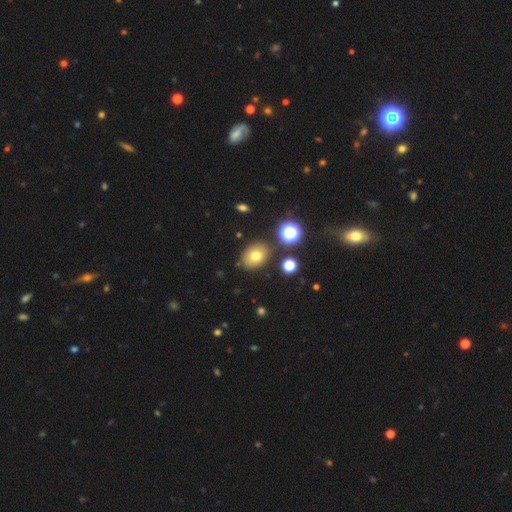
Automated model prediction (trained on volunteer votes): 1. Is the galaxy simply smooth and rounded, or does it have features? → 72% smooth, 15% star or artifact, 13% featured or disk.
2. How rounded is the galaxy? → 63% in between, 36% round, 1% cigar-shaped.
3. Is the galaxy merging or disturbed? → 82% none, 10% minor disturbance, 5% merger, 3% major disturbance.